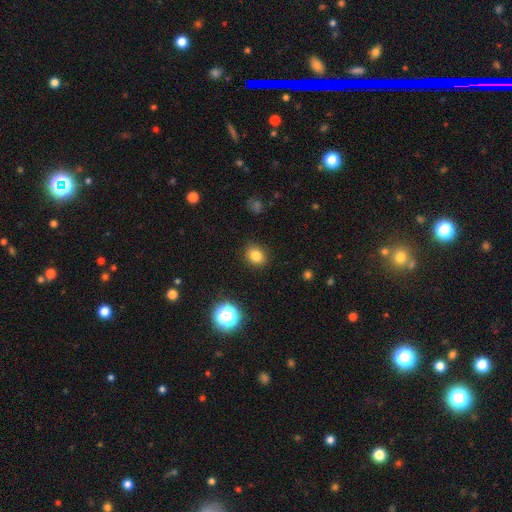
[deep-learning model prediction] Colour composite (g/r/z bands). It shows a smooth galaxy with no disk features (81%) that is round (59%). Merging: none (87%).